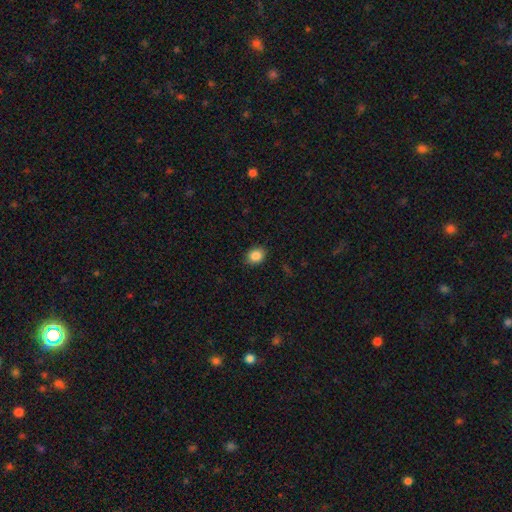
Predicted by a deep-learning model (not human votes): Overall: smooth (86%). How rounded: in between (52%; round 47%). Merging: none (88%).